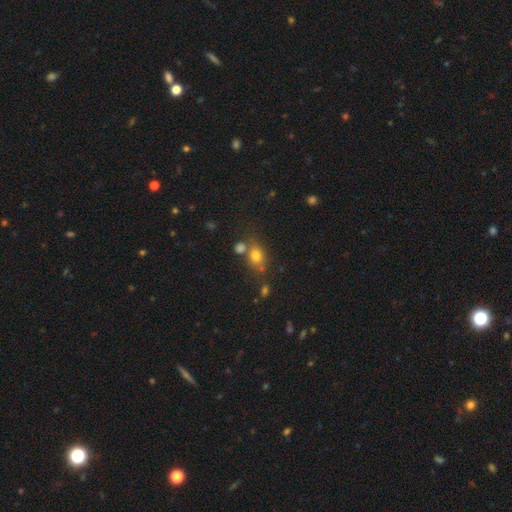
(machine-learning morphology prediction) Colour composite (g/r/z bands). It shows a smooth galaxy with no disk features (75%) that is in between round and cigar-shaped (53%). Merging: none (58%).